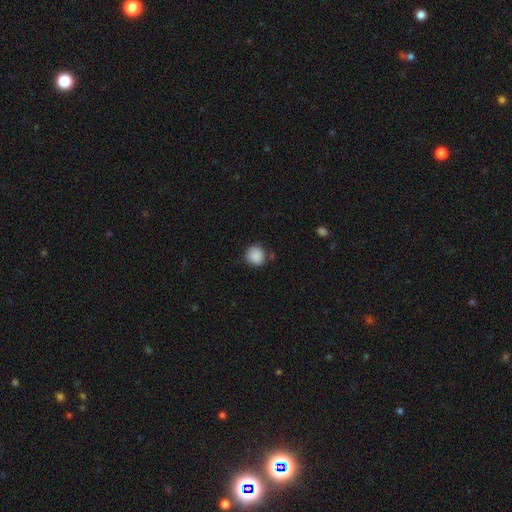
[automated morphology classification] Smooth or featured?
  - smooth: 88% *
  - star or artifact: 9%
  - featured or disk: 3%
How rounded?
  - round: 90% *
  - in between: 9%
  - cigar-shaped: 1%
Merging?
  - none: 82% *
  - minor disturbance: 12%
  - major disturbance: 3%
  - merger: 3%